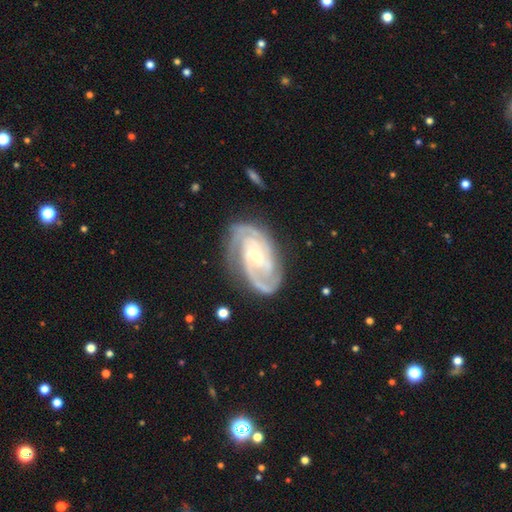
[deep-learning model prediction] The model was most divided on "bar": weak: 44%, no: 34%, strong: 21%. More confident: spiral arms — yes (98%); edge-on disk — no (97%); smooth or featured — featured or disk (91%); merging — none (76%); bulge size — small (63%); spiral winding — tight (62%); spiral arm count — 2 (51%).